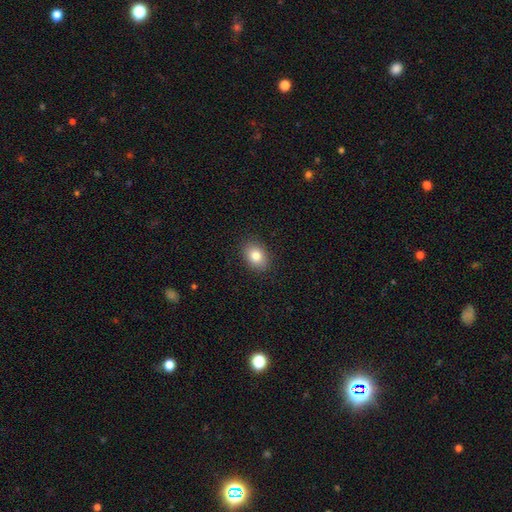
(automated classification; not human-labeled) Smooth or featured? Predicted: smooth (p=0.81). How rounded? Predicted: in between (p=0.68). Merging? Predicted: none (p=0.89).